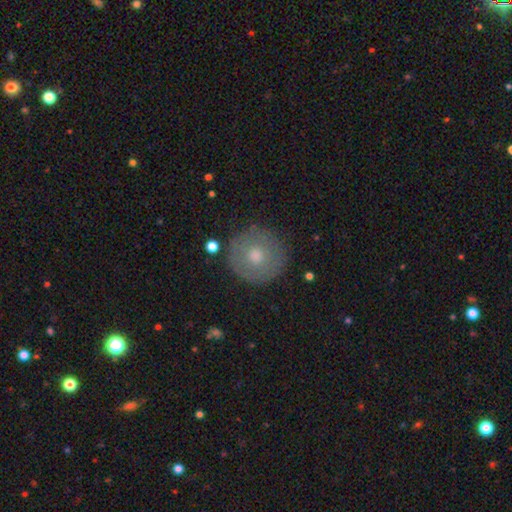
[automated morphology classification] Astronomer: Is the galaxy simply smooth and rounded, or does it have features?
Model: smooth — 64%.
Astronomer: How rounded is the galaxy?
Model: round — 95%.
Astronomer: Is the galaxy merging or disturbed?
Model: none — 86%.